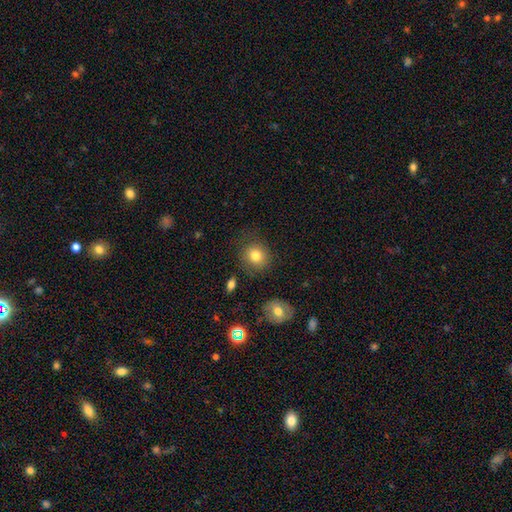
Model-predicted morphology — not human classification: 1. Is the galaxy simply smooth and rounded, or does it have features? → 80% smooth, 11% star or artifact, 9% featured or disk.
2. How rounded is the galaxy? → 81% round, 18% in between, 1% cigar-shaped.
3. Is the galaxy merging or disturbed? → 81% none, 12% minor disturbance, 4% major disturbance, 3% merger.